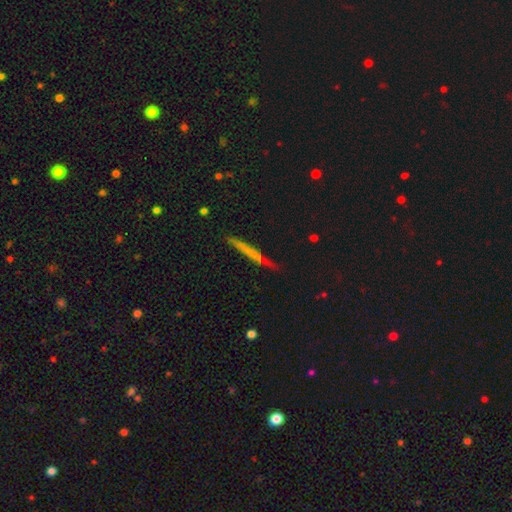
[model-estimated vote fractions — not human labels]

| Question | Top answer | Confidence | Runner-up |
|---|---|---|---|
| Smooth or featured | smooth | 50% | featured or disk (41%) |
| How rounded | cigar-shaped | 95% | in between (3%) |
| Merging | none | 84% | minor disturbance (12%) |